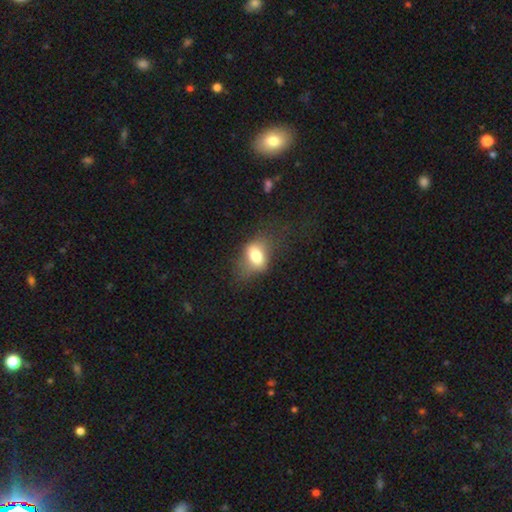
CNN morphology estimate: The model was most divided on "merging": none: 53%, minor disturbance: 25%, major disturbance: 20%, merger: 2%. More confident: how rounded — in between (77%); smooth or featured — smooth (70%).